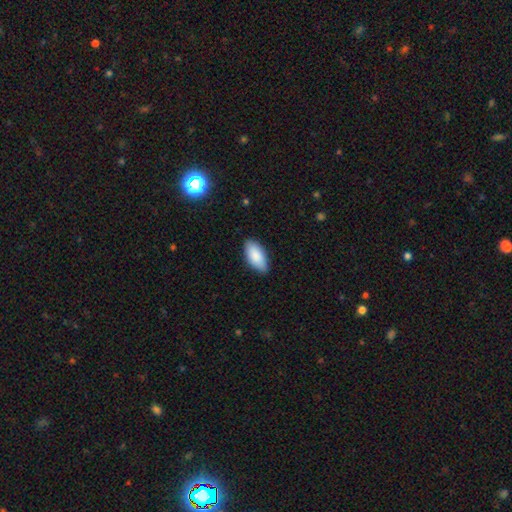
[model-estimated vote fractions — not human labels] This is clearly a smooth galaxy (87%). How rounded: clearly in between (93%). Merging: clearly none (84%).